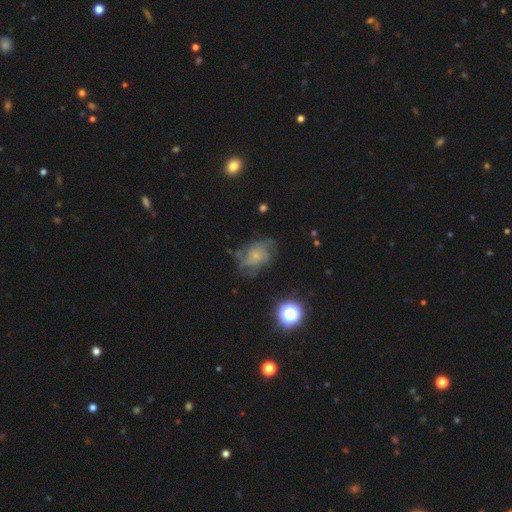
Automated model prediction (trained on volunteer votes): This appears to be a featured or disk galaxy (58%) with no bar (82%), spiral arms (76%) and a small central bulge (69%). Merging: none (53%).